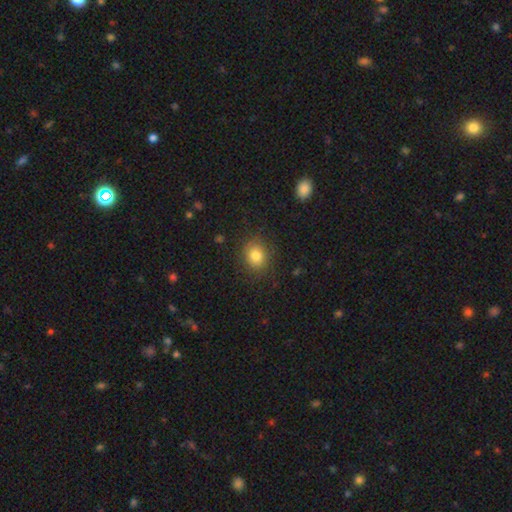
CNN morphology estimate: smooth 80%, star or artifact 11%, featured or disk 8%. Down the decision tree: how rounded — round (68%); merging — none (83%).